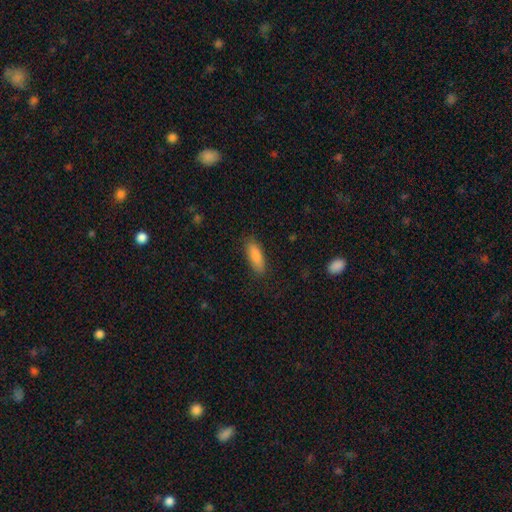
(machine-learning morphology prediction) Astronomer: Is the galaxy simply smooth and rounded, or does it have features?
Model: smooth — 87%.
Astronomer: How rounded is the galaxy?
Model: in between — 62%.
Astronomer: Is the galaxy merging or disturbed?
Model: none — 85%.